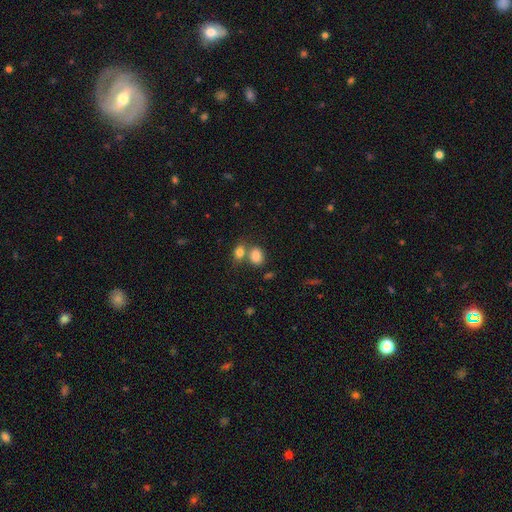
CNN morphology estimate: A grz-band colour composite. It shows a smooth galaxy with no disk features (83%) that is in between round and cigar-shaped (70%). Merging: merger (44%).